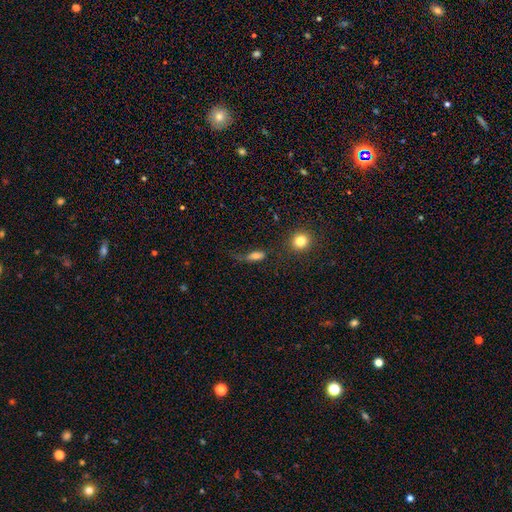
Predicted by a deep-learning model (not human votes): This appears to be a smooth galaxy with no disk features (70%) that is in between round and cigar-shaped (61%). Merging: none (36%, tied with major disturbance).